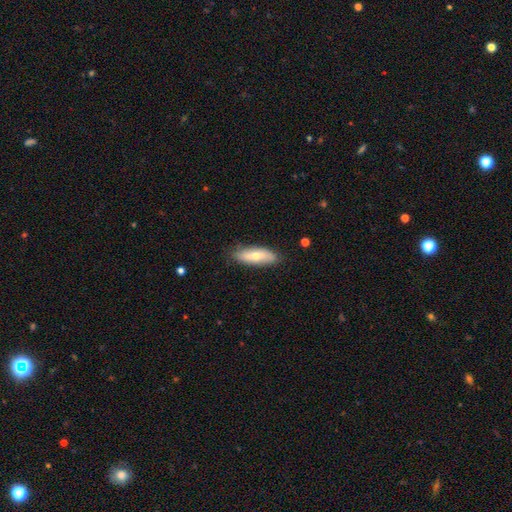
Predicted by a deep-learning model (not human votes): smooth_or_featured: smooth (p=0.60) [alt: featured or disk p=0.34]
how_rounded: in between (p=0.67) [alt: cigar-shaped p=0.30]
merging: none (p=0.82) [alt: minor disturbance p=0.14]